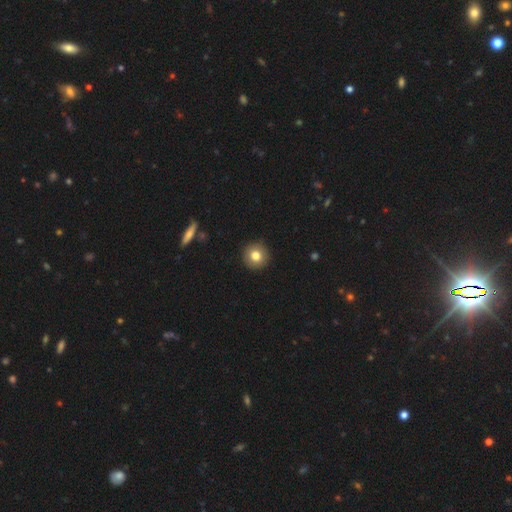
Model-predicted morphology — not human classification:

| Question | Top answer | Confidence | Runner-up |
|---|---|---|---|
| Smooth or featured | smooth | 80% | featured or disk (11%) |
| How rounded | round | 94% | in between (5%) |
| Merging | none | 92% | minor disturbance (6%) |